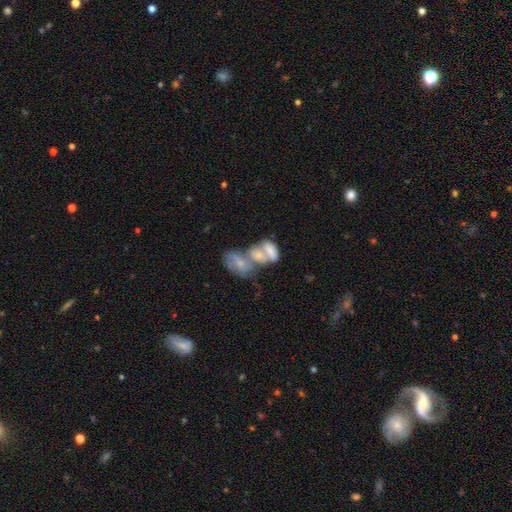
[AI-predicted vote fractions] The model was most divided on "smooth or featured": smooth: 54%, featured or disk: 37%, star or artifact: 9%. More confident: how rounded — in between (87%); merging — merger (75%).